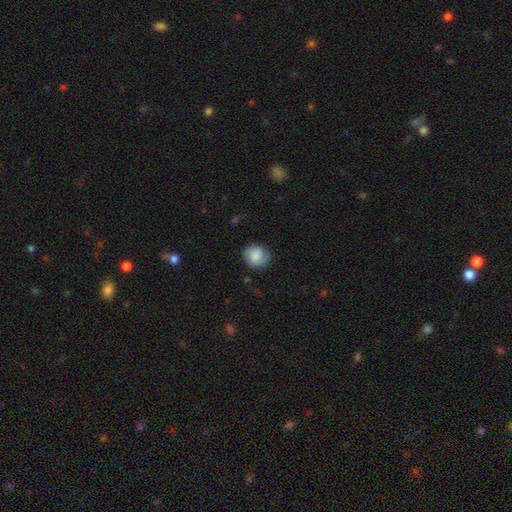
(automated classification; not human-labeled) smooth 72%, featured or disk 20%, star or artifact 8%. Down the decision tree: how rounded — round (78%); merging — none (77%).